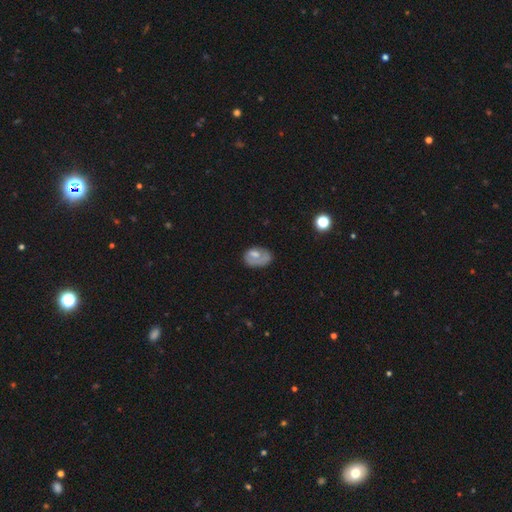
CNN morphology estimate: smooth_or_featured: smooth (p=0.56) [alt: featured or disk p=0.36]
how_rounded: in between (p=0.80) [alt: round p=0.18]
merging: none (p=0.44) [alt: minor disturbance p=0.29]